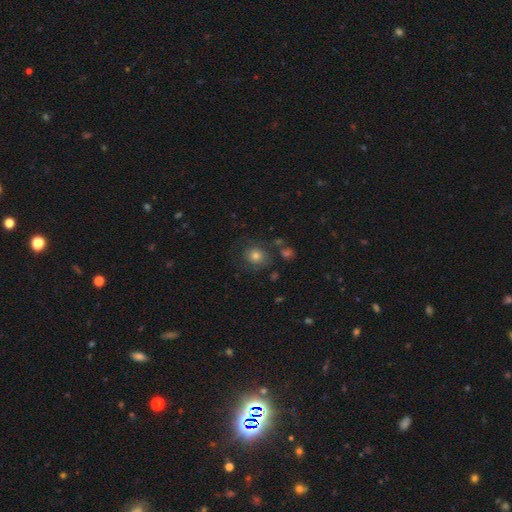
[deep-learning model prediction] smooth 70%, star or artifact 15%, featured or disk 15%. Down the decision tree: how rounded — round (81%); merging — none (76%).